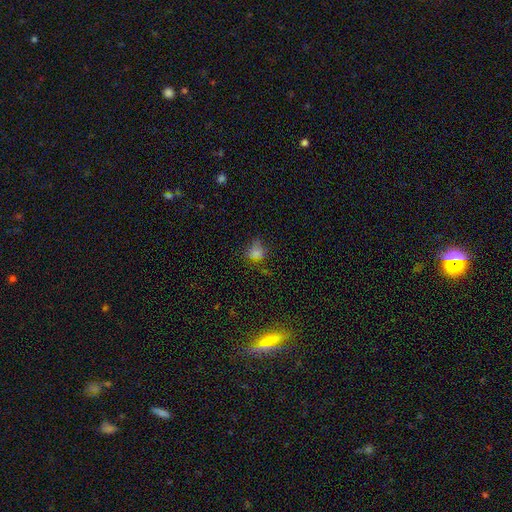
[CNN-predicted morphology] This appears to be a smooth galaxy with no disk features (64%) that is round (59%). Merging: none (61%).